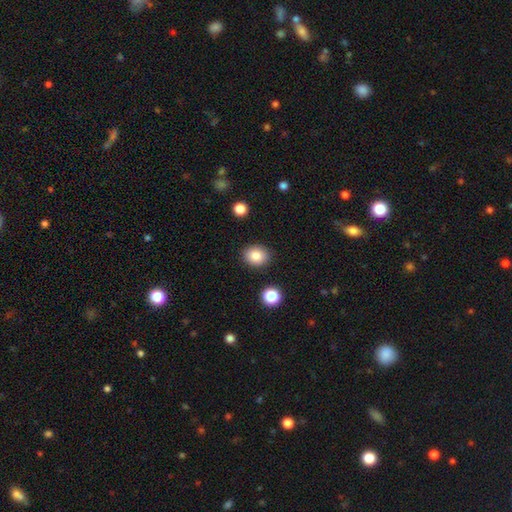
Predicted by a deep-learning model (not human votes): Smooth or featured?
  - smooth: 85% *
  - star or artifact: 9%
  - featured or disk: 5%
How rounded?
  - round: 60% *
  - in between: 39%
  - cigar-shaped: 1%
Merging?
  - none: 87% *
  - minor disturbance: 8%
  - merger: 2%
  - major disturbance: 2%